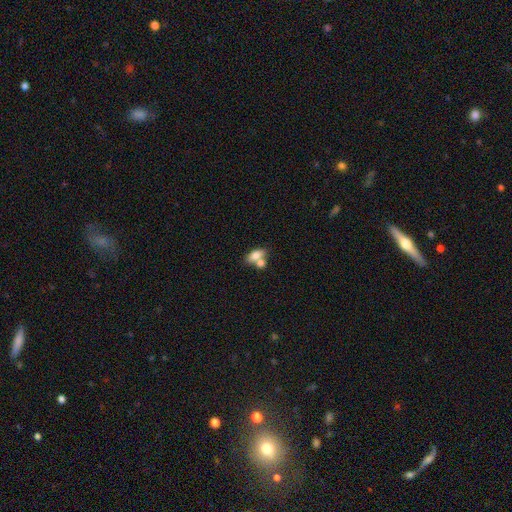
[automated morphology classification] type=smooth (77%); roundness=in between (84%); merging=merger (49%).